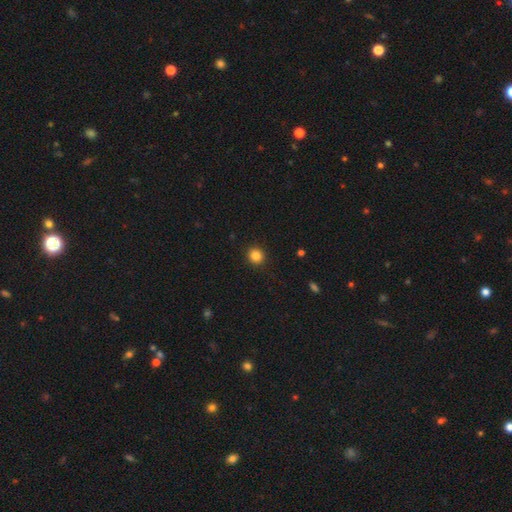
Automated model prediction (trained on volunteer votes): Overall: smooth (85%). How rounded: round (86%). Merging: none (92%).